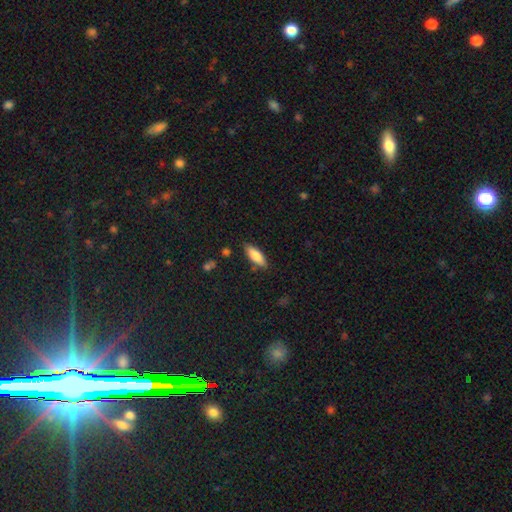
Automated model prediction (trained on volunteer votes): A smooth galaxy with no disk features (81%) that is in between round and cigar-shaped (66%). Merging: none (84%).